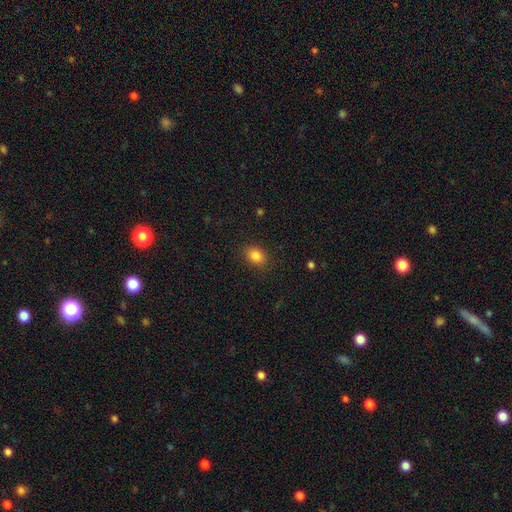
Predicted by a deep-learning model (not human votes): Q: Smooth or featured?
A: smooth (85%); runner-up: star or artifact (10%)
Q: How rounded?
A: in between (68%); runner-up: round (31%)
Q: Merging?
A: none (87%); runner-up: minor disturbance (9%)